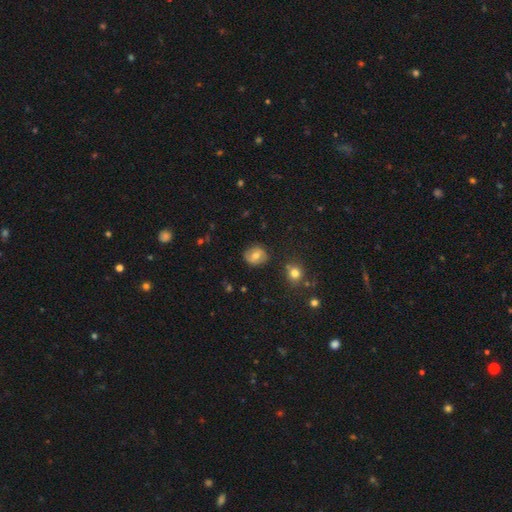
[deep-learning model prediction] Smooth or featured? smooth (62%)
How rounded? round (73%)
Merging? none (82%)